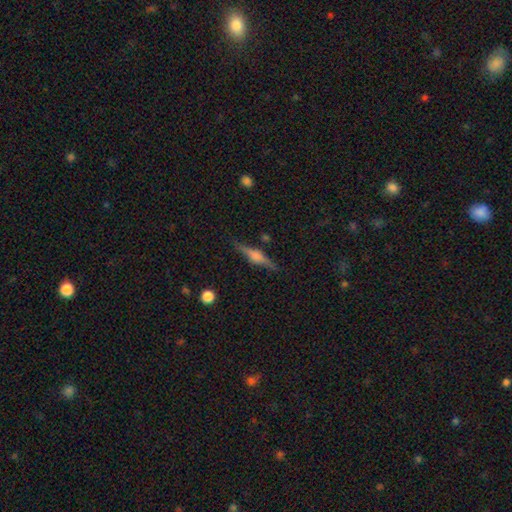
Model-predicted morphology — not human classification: featured or disk 77%, smooth 16%, star or artifact 7%. Down the decision tree: edge-on disk — yes (98%); edge-on bulge — rounded (83%); merging — none (89%).